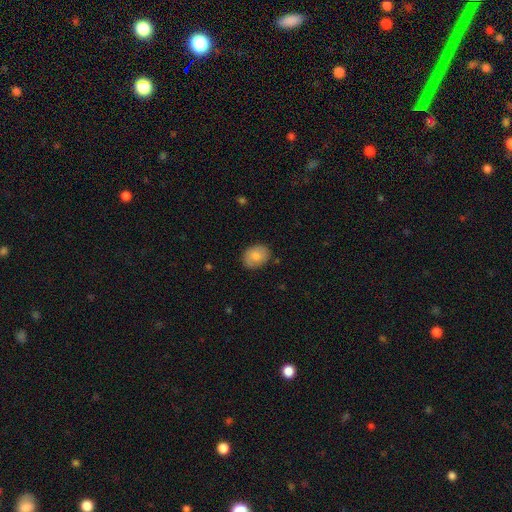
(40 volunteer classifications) Smooth or featured? 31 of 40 (78%) said smooth. How rounded? 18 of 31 (58%) said in between. Merging? 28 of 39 (72%) said none.